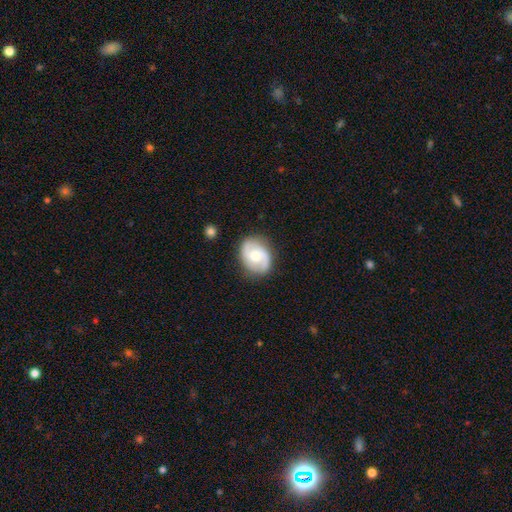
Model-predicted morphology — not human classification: The model was most divided on "spiral winding": medium: 48%, tight: 31%, loose: 21%. More confident: edge-on disk — no (97%); spiral arms — yes (91%); spiral arm count — 2 (88%); merging — none (82%); smooth or featured — featured or disk (72%); bulge size — moderate (64%); bar — no (60%).